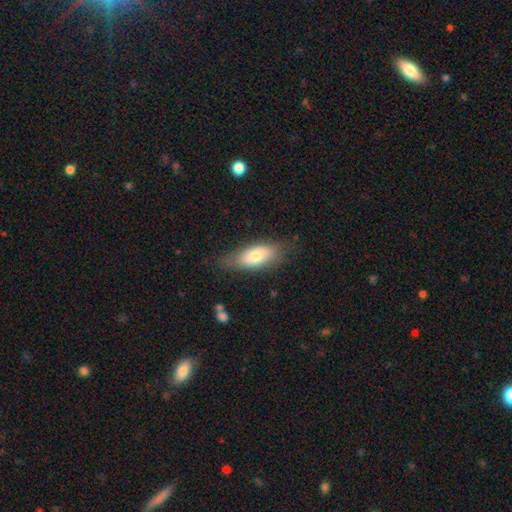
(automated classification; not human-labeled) A smooth galaxy with no disk features (71%) that is in between round and cigar-shaped (79%). Merging: none (70%).